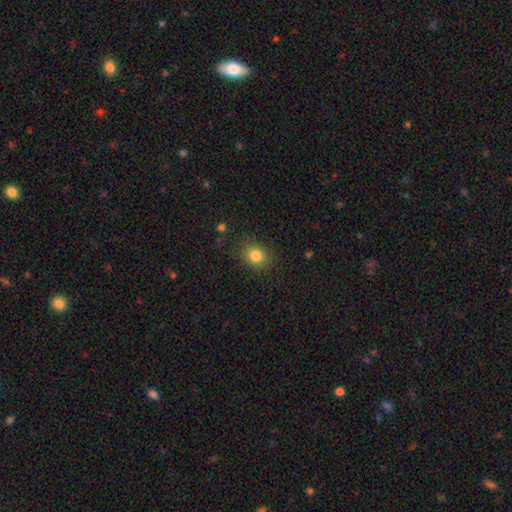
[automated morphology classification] Smooth or featured?
  - smooth: 83% *
  - star or artifact: 11%
  - featured or disk: 6%
How rounded?
  - round: 72% *
  - in between: 27%
  - cigar-shaped: 1%
Merging?
  - none: 83% *
  - minor disturbance: 11%
  - major disturbance: 4%
  - merger: 2%